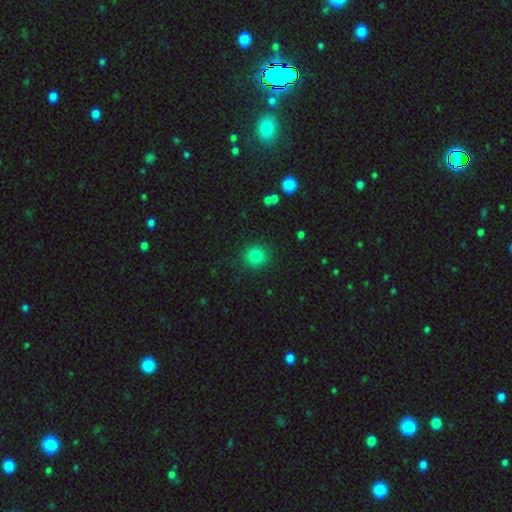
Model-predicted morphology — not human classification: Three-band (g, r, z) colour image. It shows a smooth galaxy with no disk features (82%) that is round (89%). Merging: none (88%).